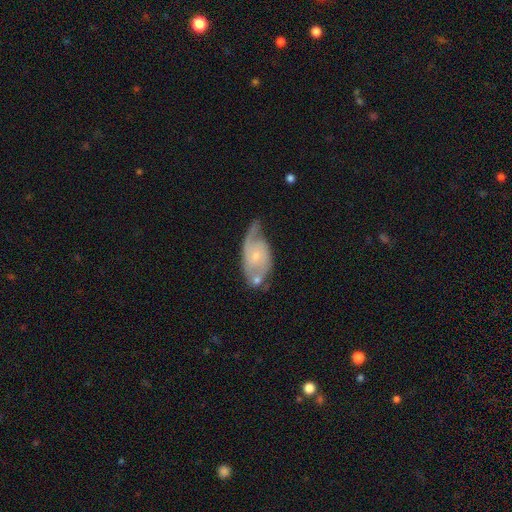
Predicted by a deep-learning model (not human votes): Overall: featured or disk (78%). Edge-on disk: no (95%). Bar: no (63%; weak 32%). Spiral arms: yes (91%). Spiral arm count: 2 (69%). Spiral winding: medium (46%; loose 28%). Bulge size: small (67%). Merging: none (46%; minor disturbance 27%).